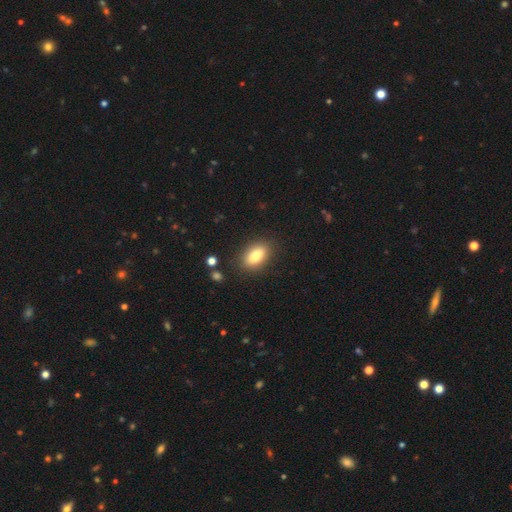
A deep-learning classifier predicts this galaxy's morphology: This appears to be a smooth galaxy with no disk features (82%) that is in between round and cigar-shaped (88%). Merging: none (86%).